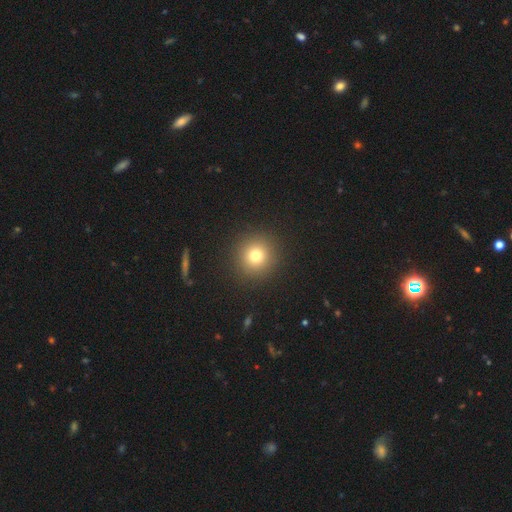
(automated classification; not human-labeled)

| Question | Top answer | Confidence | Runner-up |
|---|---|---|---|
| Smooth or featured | smooth | 77% | star or artifact (14%) |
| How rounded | round | 94% | in between (5%) |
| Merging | none | 92% | minor disturbance (5%) |